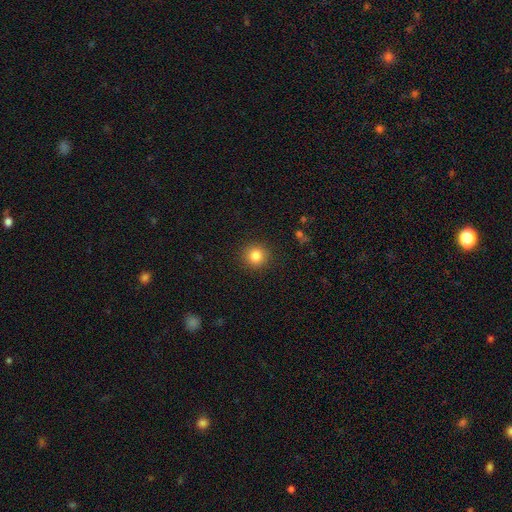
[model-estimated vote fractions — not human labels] This is clearly a smooth galaxy (84%). How rounded: clearly round (93%). Merging: clearly none (91%).